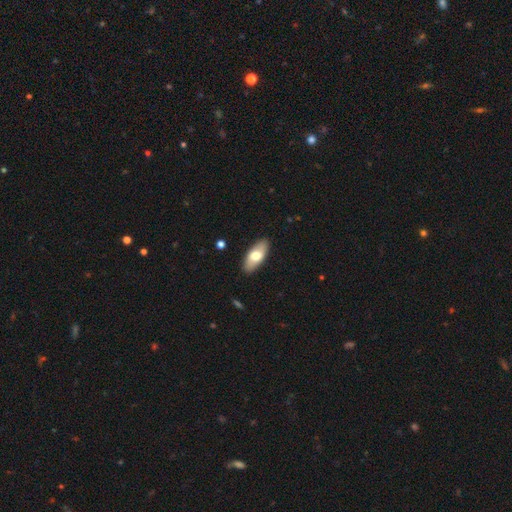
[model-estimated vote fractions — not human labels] Smooth or featured: smooth — 69% (featured or disk — 26%)
How rounded: in between — 86% (cigar-shaped — 11%)
Merging: none — 89% (minor disturbance — 8%)